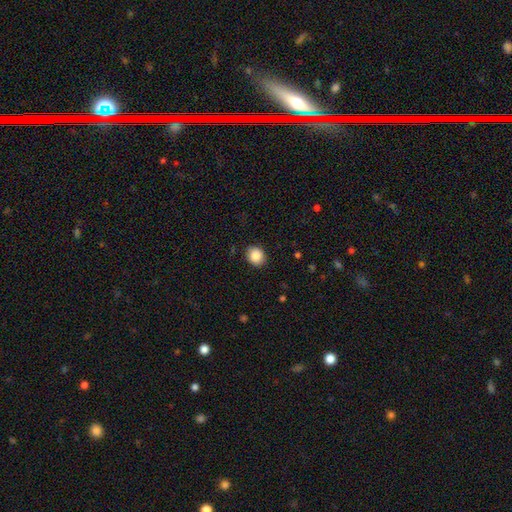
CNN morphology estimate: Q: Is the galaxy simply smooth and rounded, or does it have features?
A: smooth — 88%.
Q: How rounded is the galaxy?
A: round — 63%.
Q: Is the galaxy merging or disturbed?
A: none — 87%.